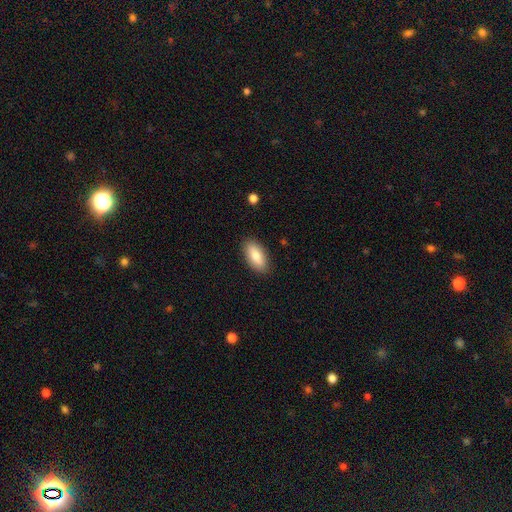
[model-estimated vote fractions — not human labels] Smooth or featured: smooth — 80% (featured or disk — 14%)
How rounded: in between — 89% (cigar-shaped — 8%)
Merging: none — 87% (minor disturbance — 9%)